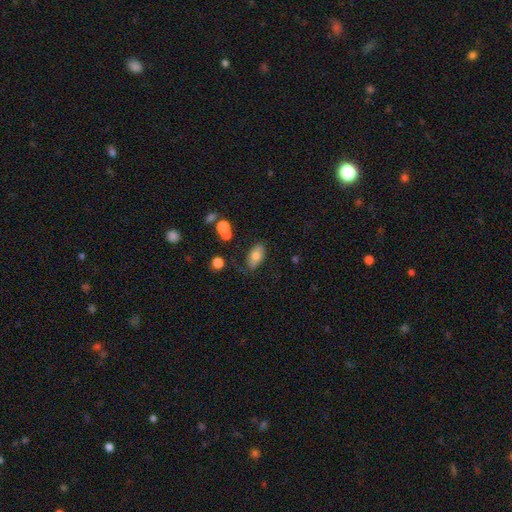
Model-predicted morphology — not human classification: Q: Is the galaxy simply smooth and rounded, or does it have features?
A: smooth — 74%.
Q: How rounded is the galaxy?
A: in between — 91%.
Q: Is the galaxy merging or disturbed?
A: none — 70%.